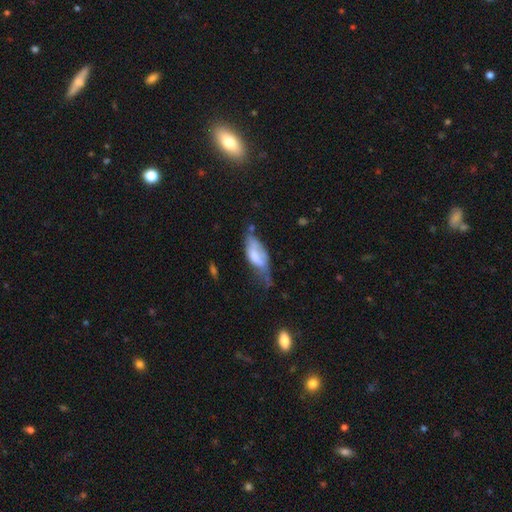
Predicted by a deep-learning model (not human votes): smooth 58%, featured or disk 34%, star or artifact 8%. Down the decision tree: how rounded — in between (82%); merging — minor disturbance (36%, tied with major disturbance).